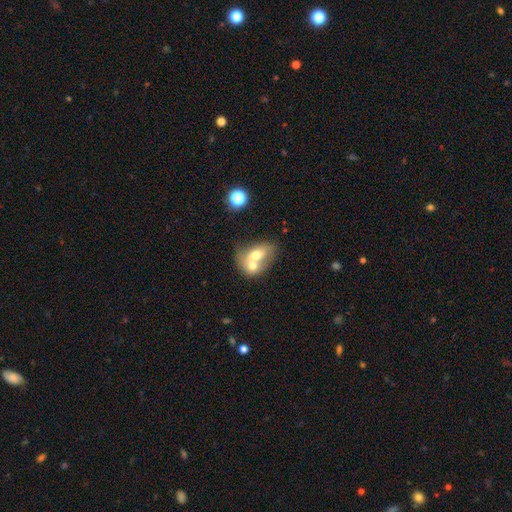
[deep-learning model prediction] This appears to be a smooth galaxy with no disk features (62%) that is in between round and cigar-shaped (67%). Merging: merger (72%).